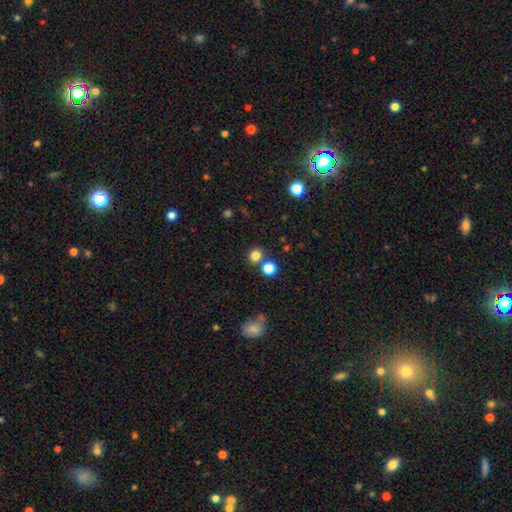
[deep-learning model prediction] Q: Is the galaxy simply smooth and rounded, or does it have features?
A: smooth — 80%.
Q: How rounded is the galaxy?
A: round — 81%.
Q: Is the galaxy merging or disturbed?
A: none — 73%.